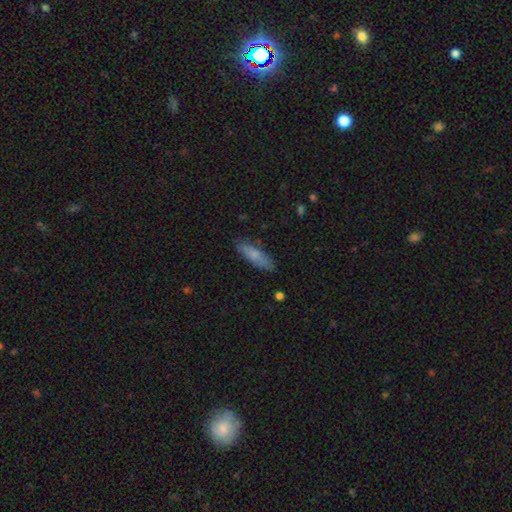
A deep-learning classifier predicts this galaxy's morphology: Q: Smooth or featured?
A: smooth (78%); runner-up: featured or disk (16%)
Q: How rounded?
A: cigar-shaped (56%); runner-up: in between (43%)
Q: Merging?
A: none (79%); runner-up: minor disturbance (16%)